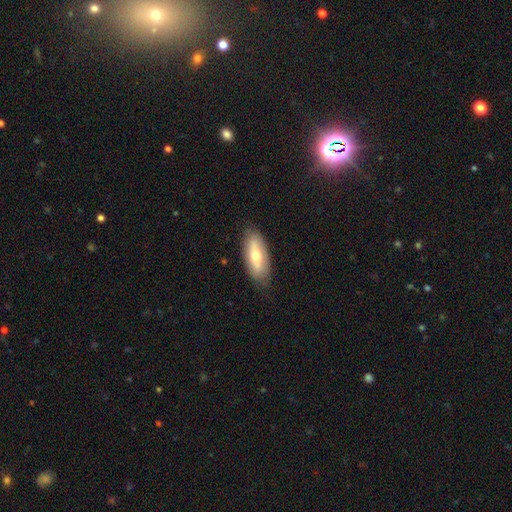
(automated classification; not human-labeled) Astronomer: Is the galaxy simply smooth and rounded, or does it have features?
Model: smooth — 54% (runner-up: featured or disk, 40%).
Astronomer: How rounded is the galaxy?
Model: in between — 78%.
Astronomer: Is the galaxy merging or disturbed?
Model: none — 82%.